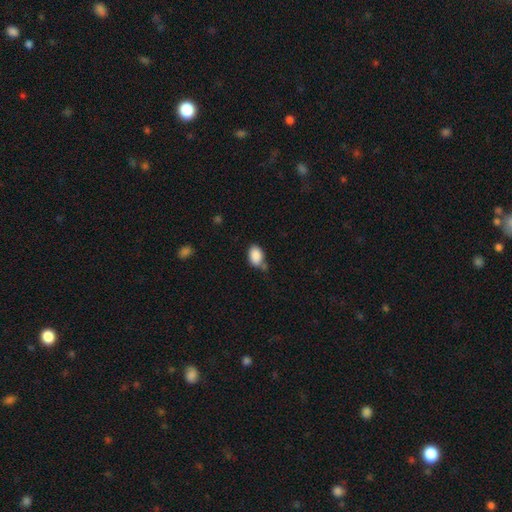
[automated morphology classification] Overall: smooth (88%). How rounded: in between (85%). Merging: none (53%; minor disturbance 30%).